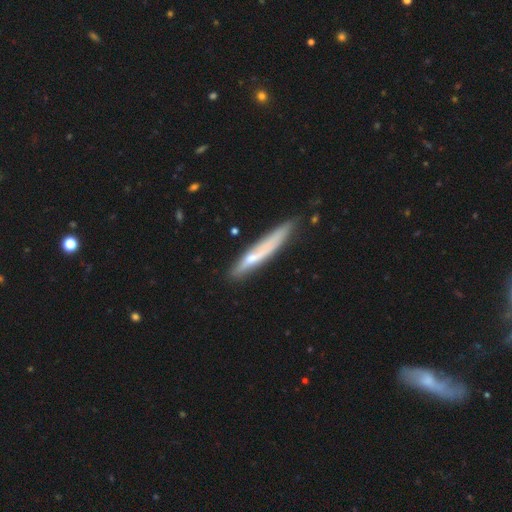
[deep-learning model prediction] Overall: smooth (52%; featured or disk 42%). How rounded: cigar-shaped (93%). Merging: none (68%).